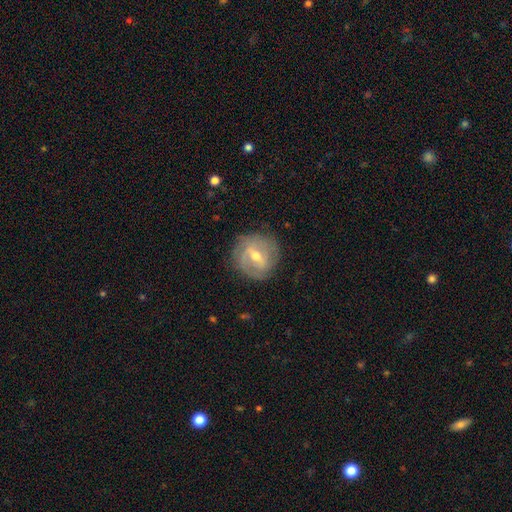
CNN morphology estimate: Smooth or featured?
  - featured or disk: 72% *
  - smooth: 22%
  - star or artifact: 6%
Edge-on disk?
  - no: 95% *
  - yes: 5%
Bar?
  - weak: 50% *
  - strong: 33%
  - no: 16%
Spiral arms?
  - yes: 76% *
  - no: 24%
Spiral winding?
  - tight: 51% *
  - medium: 34%
  - loose: 15%
Spiral arm count?
  - 2: 45% *
  - can't tell: 33%
  - 3: 10%
  - 1: 6%
  - 4: 3%
  - more than 4: 3%
Bulge size?
  - moderate: 64% *
  - small: 32%
  - large: 3%
  - none: 1%
  - dominant: 1%
Merging?
  - none: 77% *
  - minor disturbance: 16%
  - major disturbance: 6%
  - merger: 1%